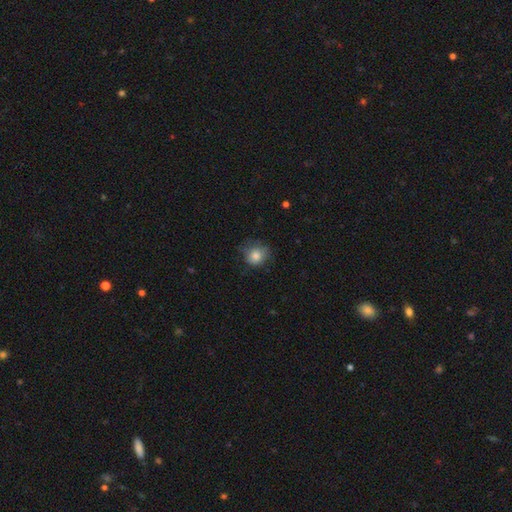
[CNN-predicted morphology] type=smooth (81%); roundness=round (77%); merging=none (62%).